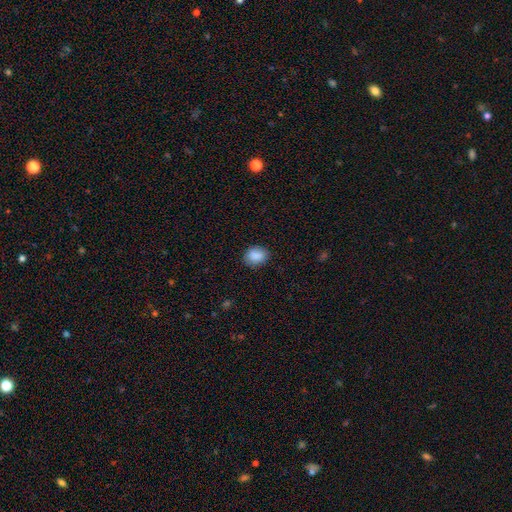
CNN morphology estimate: Q: Smooth or featured?
A: smooth (89%); runner-up: star or artifact (8%)
Q: How rounded?
A: in between (56%); runner-up: round (43%)
Q: Merging?
A: none (84%); runner-up: minor disturbance (13%)